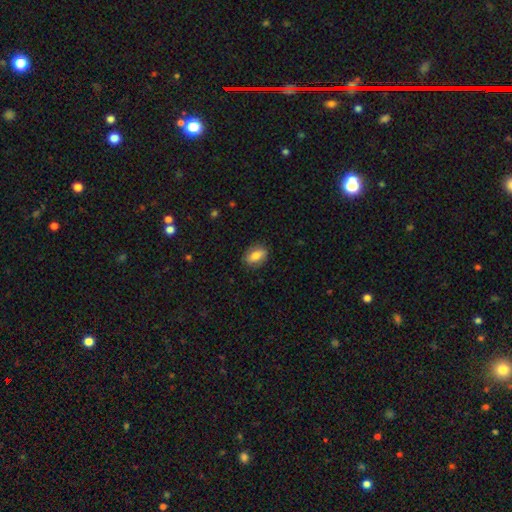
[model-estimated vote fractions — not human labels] Smooth or featured? smooth (72%)
How rounded? in between (80%)
Merging? none (83%)